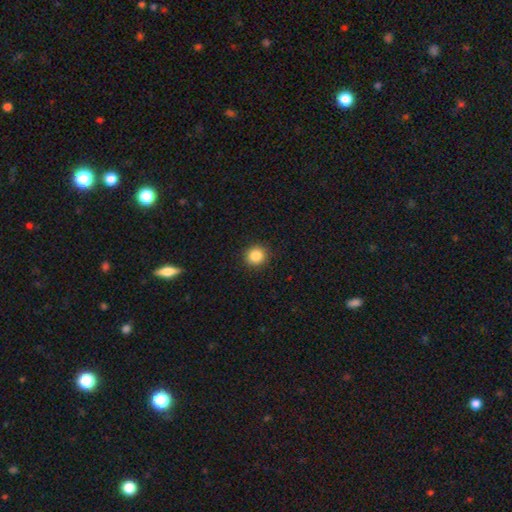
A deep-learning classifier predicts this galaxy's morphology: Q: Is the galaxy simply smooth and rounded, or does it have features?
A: smooth — 85%.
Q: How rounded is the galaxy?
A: round — 91%.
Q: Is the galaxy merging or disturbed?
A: none — 92%.